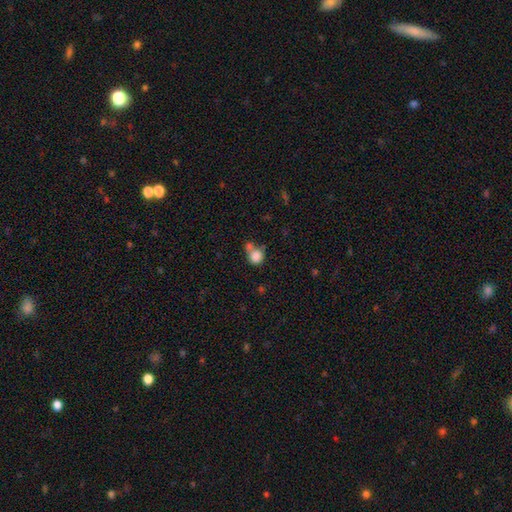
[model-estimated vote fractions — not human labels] smooth-or-featured: smooth: 83% | star or artifact: 10% | featured or disk: 7%
  how-rounded: round: 85% | in between: 14% | cigar-shaped: 1%
  merging: merger: 42% (tied) | none: 42% (tied) | minor disturbance: 11% | major disturbance: 5%